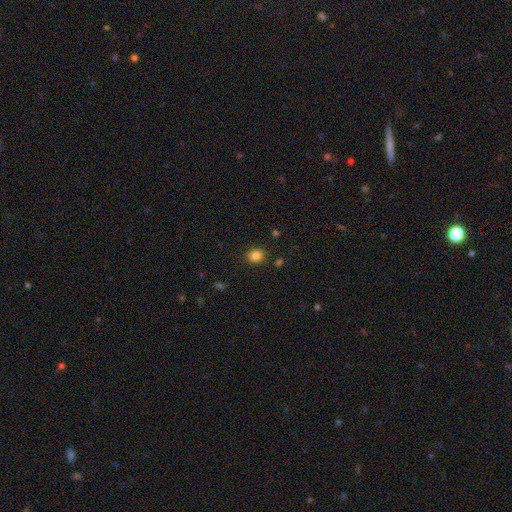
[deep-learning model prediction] Smooth or featured?
  - smooth: 83% *
  - star or artifact: 12%
  - featured or disk: 4%
How rounded?
  - round: 79% *
  - in between: 20%
  - cigar-shaped: 1%
Merging?
  - none: 89% *
  - minor disturbance: 7%
  - major disturbance: 2%
  - merger: 2%